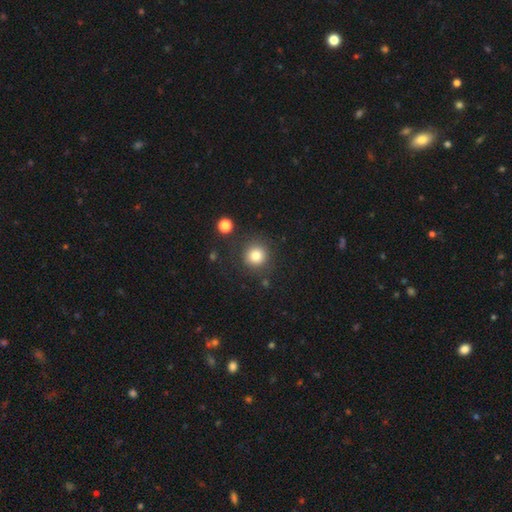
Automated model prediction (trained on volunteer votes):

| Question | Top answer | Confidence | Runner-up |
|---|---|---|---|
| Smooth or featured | smooth | 80% | star or artifact (12%) |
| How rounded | round | 94% | in between (5%) |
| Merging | none | 85% | minor disturbance (8%) |